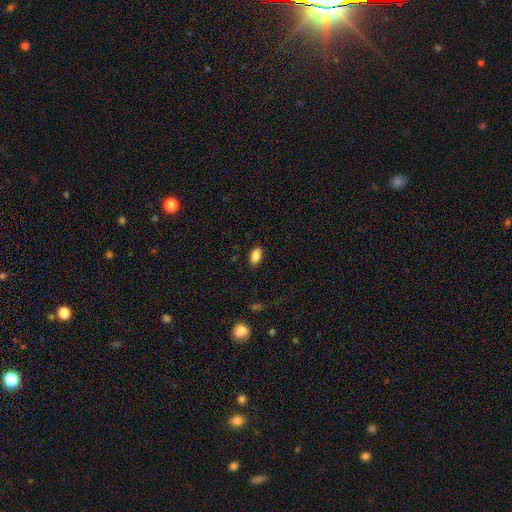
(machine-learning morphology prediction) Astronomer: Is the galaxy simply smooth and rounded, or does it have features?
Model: smooth — 86%.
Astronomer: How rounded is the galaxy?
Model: in between — 91%.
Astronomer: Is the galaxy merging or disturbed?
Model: none — 87%.